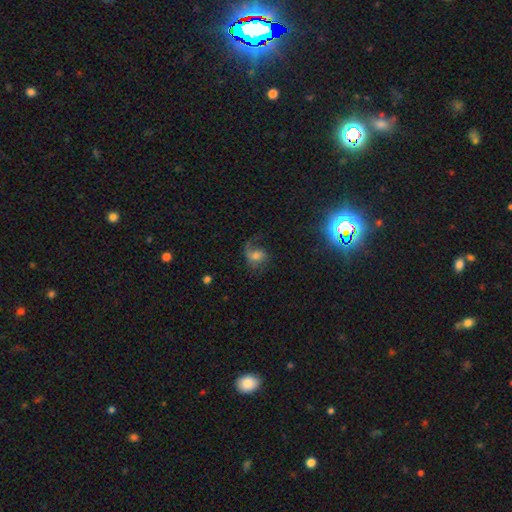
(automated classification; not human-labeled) Q: Smooth or featured?
A: featured or disk (55%); runner-up: smooth (32%)
Q: Edge-on disk?
A: no (97%); runner-up: yes (3%)
Q: Bar?
A: no (58%); runner-up: weak (33%)
Q: Spiral arms?
A: yes (86%); runner-up: no (14%)
Q: Bulge size?
A: moderate (44%); runner-up: small (35%)
Q: Merging?
A: none (40%); runner-up: major disturbance (39%)